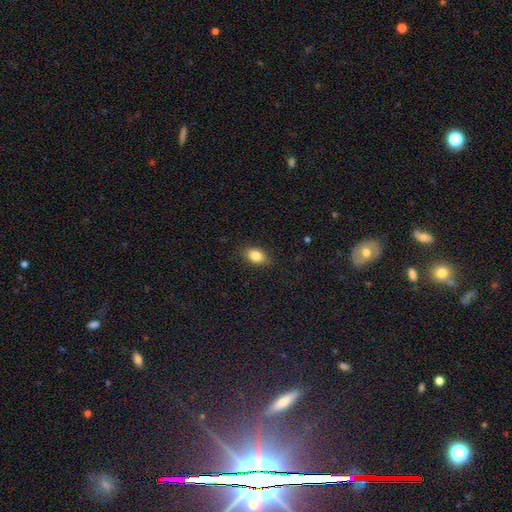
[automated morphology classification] smooth_or_featured: smooth (p=0.84) [alt: star or artifact p=0.09]
how_rounded: in between (p=0.85) [alt: round p=0.13]
merging: none (p=0.86) [alt: minor disturbance p=0.11]